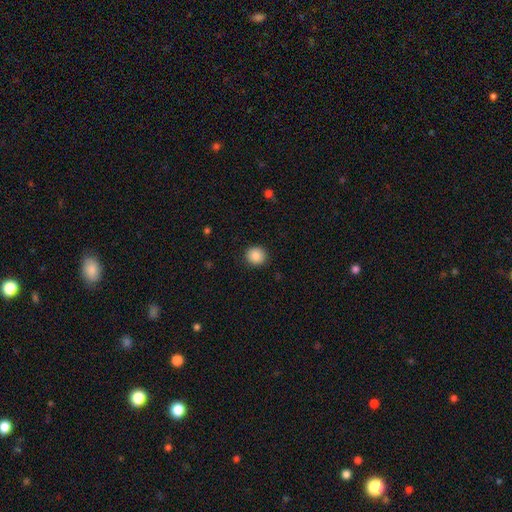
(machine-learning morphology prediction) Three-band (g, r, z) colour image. It shows a smooth galaxy with no disk features (86%) that is round (89%). Merging: none (90%).